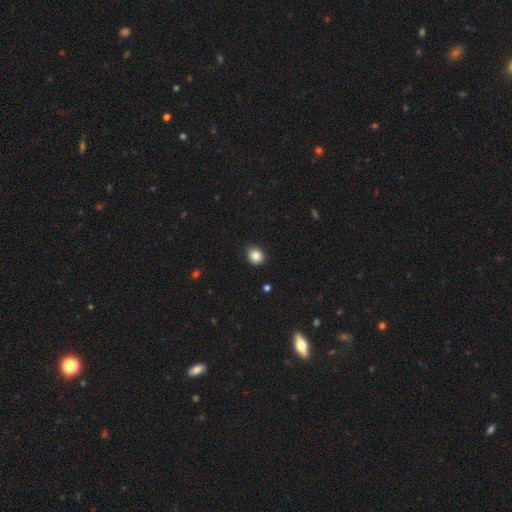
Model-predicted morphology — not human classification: Q: Smooth or featured?
A: smooth (84%); runner-up: star or artifact (10%)
Q: How rounded?
A: round (70%); runner-up: in between (30%)
Q: Merging?
A: none (86%); runner-up: minor disturbance (11%)